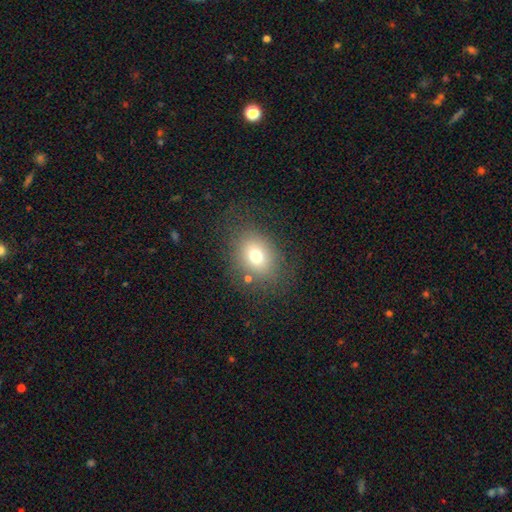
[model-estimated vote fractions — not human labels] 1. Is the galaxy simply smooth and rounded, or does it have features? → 71% smooth, 14% featured or disk, 14% star or artifact.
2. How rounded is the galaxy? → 53% in between, 46% round, 1% cigar-shaped.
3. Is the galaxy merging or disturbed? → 74% none, 14% minor disturbance, 9% major disturbance, 3% merger.